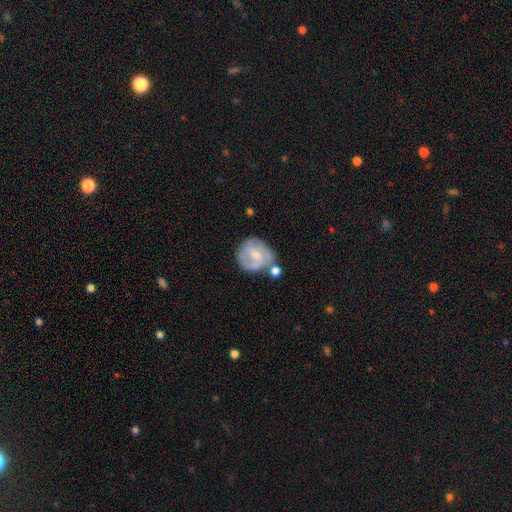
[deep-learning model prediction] This is possibly a featured or disk galaxy (56%). It is clearly not viewed edge-on (97%). Bar: marginally no (44%, tied with weak). Spiral arm pattern: likely yes (65%). Central bulge: possibly small (47%). Merging: possibly none (50%).